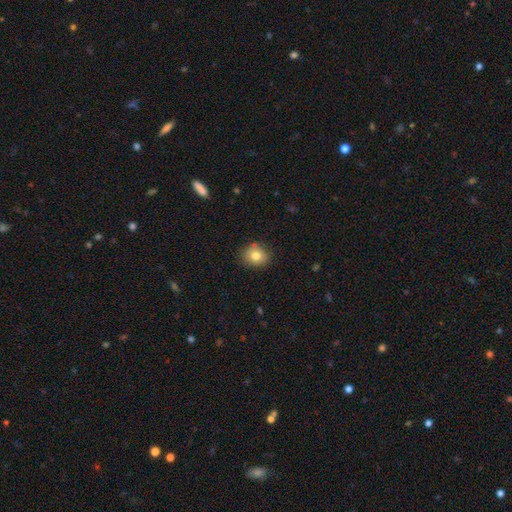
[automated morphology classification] smooth_or_featured: smooth (p=0.79) [alt: featured or disk p=0.11]
how_rounded: round (p=0.68) [alt: in between p=0.31]
merging: none (p=0.80) [alt: minor disturbance p=0.15]